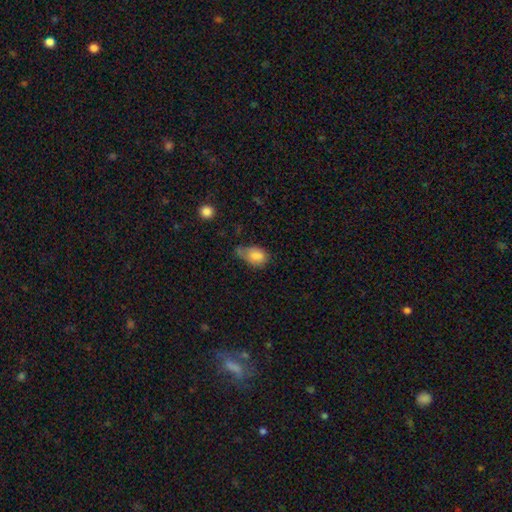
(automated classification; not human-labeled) This appears to be a smooth galaxy with no disk features (79%) that is in between round and cigar-shaped (78%). Merging: none (38%).